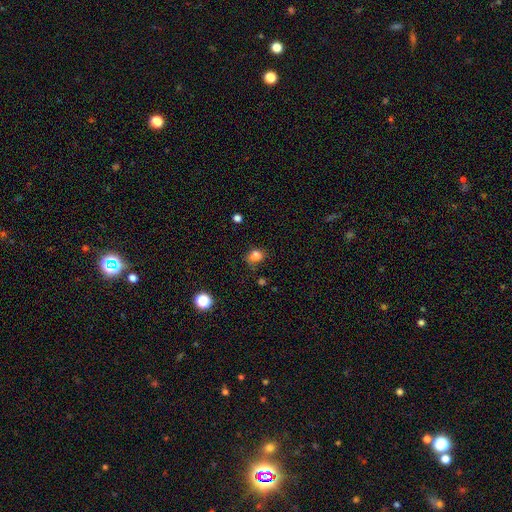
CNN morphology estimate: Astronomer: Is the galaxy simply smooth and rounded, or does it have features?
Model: smooth — 81%.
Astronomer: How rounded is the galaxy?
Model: in between — 50% (runner-up: round, 49%).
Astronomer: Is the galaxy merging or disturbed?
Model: none — 61%.